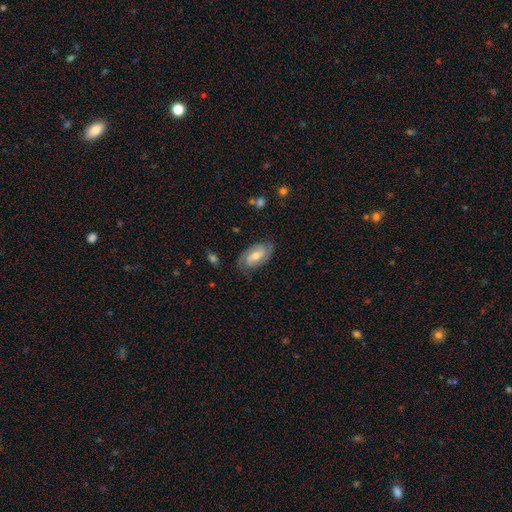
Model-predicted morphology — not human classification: Smooth or featured?
  - featured or disk: 60% *
  - smooth: 34%
  - star or artifact: 7%
Edge-on disk?
  - no: 93% *
  - yes: 7%
Bar?
  - no: 44% *
  - weak: 43%
  - strong: 13%
Spiral arms?
  - yes: 87% *
  - no: 13%
Bulge size?
  - moderate: 58% *
  - small: 33%
  - large: 6%
  - none: 2%
  - dominant: 1%
Merging?
  - none: 75% *
  - minor disturbance: 19%
  - major disturbance: 5%
  - merger: 1%